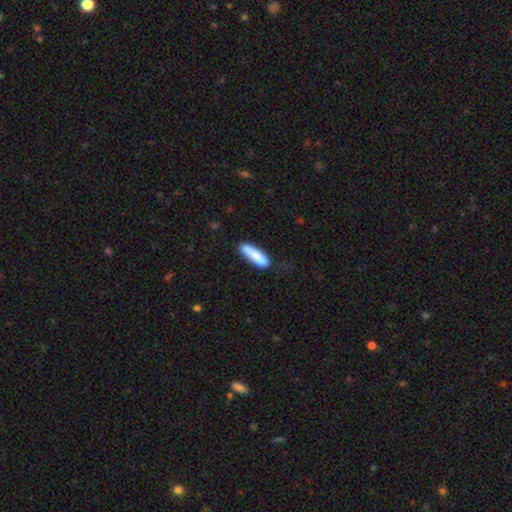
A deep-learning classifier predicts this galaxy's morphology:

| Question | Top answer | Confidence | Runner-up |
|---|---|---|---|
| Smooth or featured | smooth | 81% | featured or disk (13%) |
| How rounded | cigar-shaped | 74% | in between (25%) |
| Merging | none | 74% | minor disturbance (18%) |